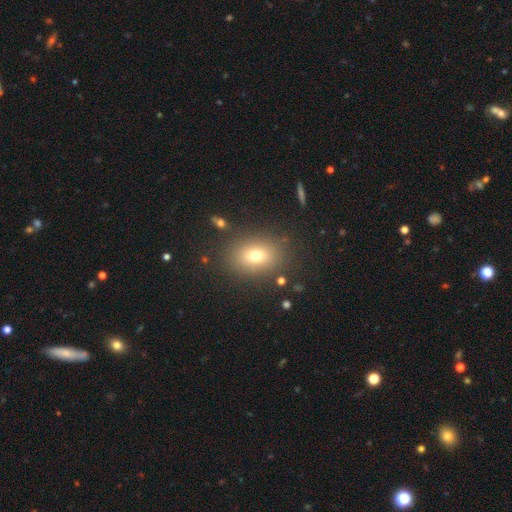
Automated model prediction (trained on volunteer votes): This appears to be a smooth galaxy with no disk features (72%) that is in between round and cigar-shaped (62%). Merging: none (84%).